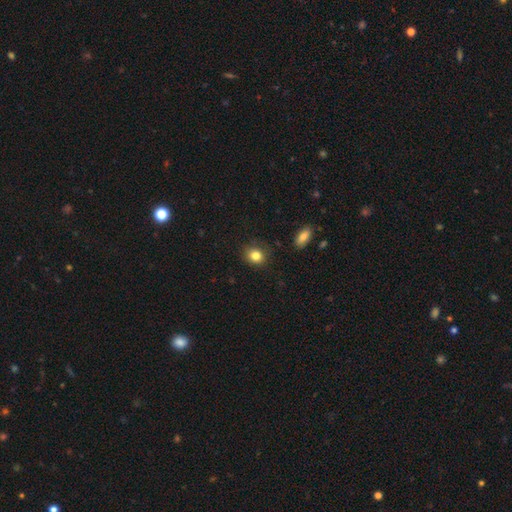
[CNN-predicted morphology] This is clearly a smooth galaxy (84%). How rounded: likely round (63%). Merging: clearly none (83%).